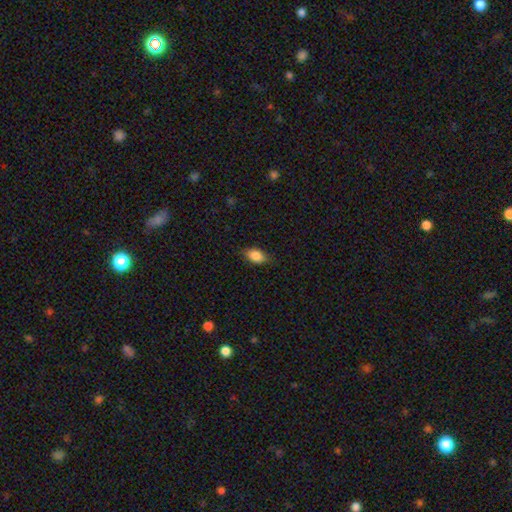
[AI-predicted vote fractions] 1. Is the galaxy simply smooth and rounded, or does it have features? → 86% smooth, 8% star or artifact, 6% featured or disk.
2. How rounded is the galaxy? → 87% in between, 10% round, 3% cigar-shaped.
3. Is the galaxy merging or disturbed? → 81% none, 15% minor disturbance, 3% major disturbance, 1% merger.